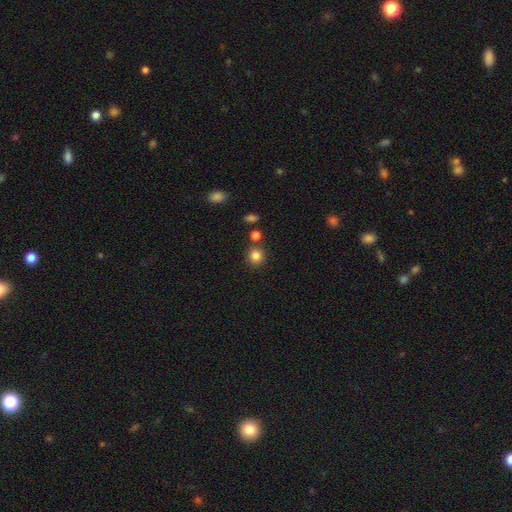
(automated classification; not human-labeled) Q: Smooth or featured?
A: smooth (84%); runner-up: star or artifact (11%)
Q: How rounded?
A: round (89%); runner-up: in between (10%)
Q: Merging?
A: none (79%); runner-up: merger (10%)